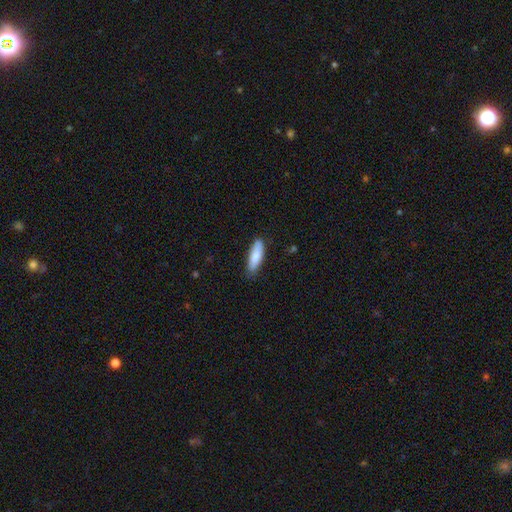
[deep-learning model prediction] Smooth or featured: smooth — 83% (featured or disk — 11%)
How rounded: in between — 55% (cigar-shaped — 43%)
Merging: none — 81% (minor disturbance — 16%)